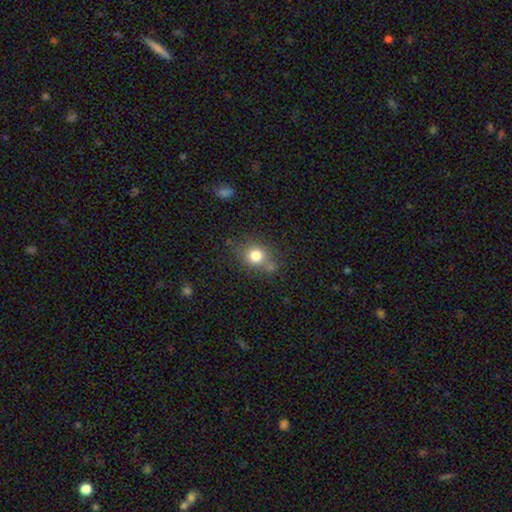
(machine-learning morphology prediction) The model was most divided on "merging": none: 65%, minor disturbance: 17%, merger: 12%, major disturbance: 6%. More confident: smooth or featured — smooth (79%); how rounded — round (74%).